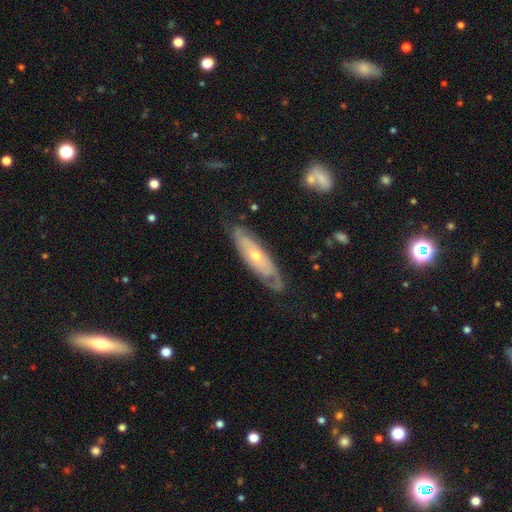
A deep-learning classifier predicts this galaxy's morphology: smooth_or_featured: featured or disk (p=0.72) [alt: smooth p=0.22]
disk_edge_on: no (p=0.73) [alt: yes p=0.27]
bar: no (p=0.76) [alt: weak p=0.18]
has_spiral_arms: yes (p=0.79) [alt: no p=0.21]
bulge_size: small (p=0.51) [alt: moderate p=0.45]
merging: none (p=0.70) [alt: minor disturbance p=0.21]